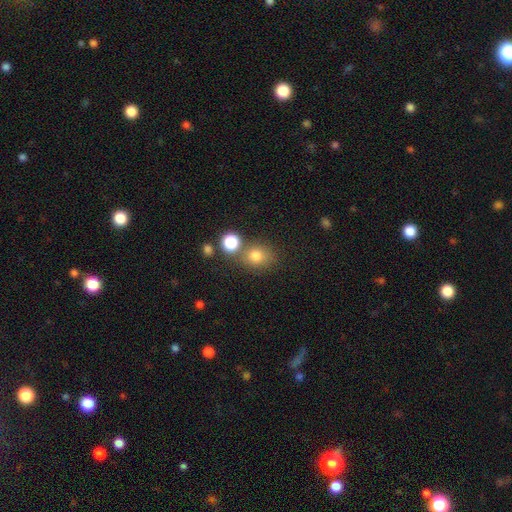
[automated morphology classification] Q: Smooth or featured?
A: smooth (78%); runner-up: star or artifact (14%)
Q: How rounded?
A: round (69%); runner-up: in between (30%)
Q: Merging?
A: none (66%); runner-up: merger (18%)